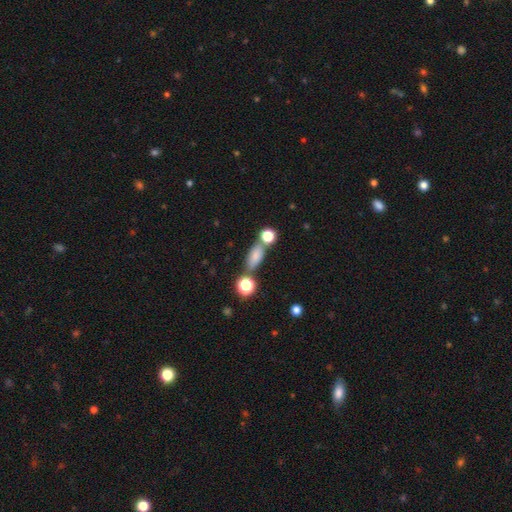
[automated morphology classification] Smooth or featured?
  - smooth: 76% *
  - star or artifact: 12%
  - featured or disk: 11%
How rounded?
  - in between: 71% *
  - cigar-shaped: 17%
  - round: 12%
Merging?
  - none: 64% *
  - merger: 18%
  - minor disturbance: 13%
  - major disturbance: 5%